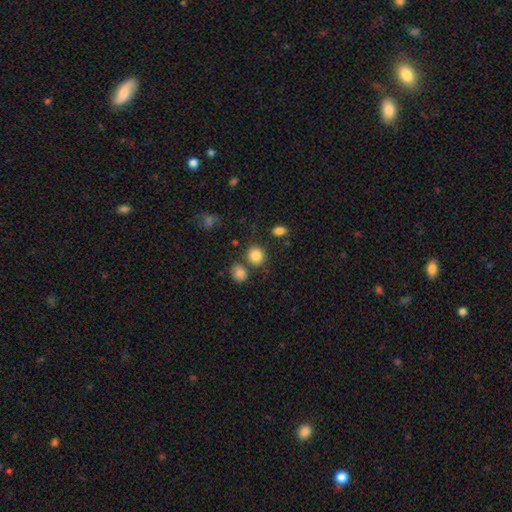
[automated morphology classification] smooth-or-featured: smooth: 84% | star or artifact: 11% | featured or disk: 5%
  how-rounded: round: 78% | in between: 21% | cigar-shaped: 1%
  merging: none: 75% | merger: 12% | minor disturbance: 10% | major disturbance: 3%